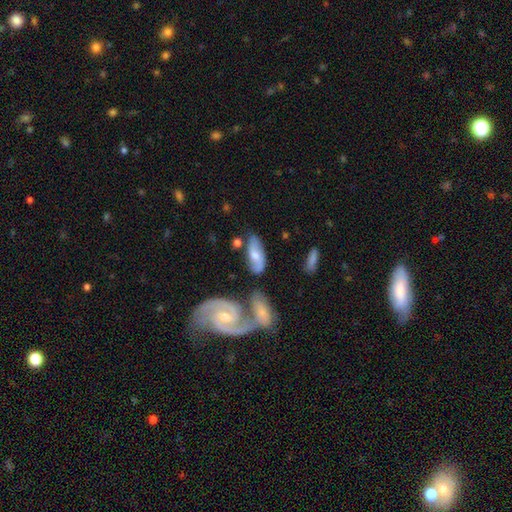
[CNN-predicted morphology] Smooth or featured: smooth — 47% (featured or disk — 46%)
Merging: none — 60% (minor disturbance — 20%)